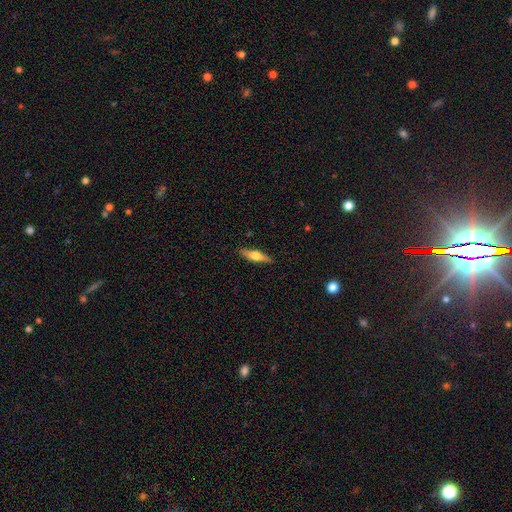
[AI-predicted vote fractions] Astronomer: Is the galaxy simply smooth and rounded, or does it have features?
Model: featured or disk — 50% (runner-up: smooth, 44%).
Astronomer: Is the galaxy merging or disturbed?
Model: none — 89%.